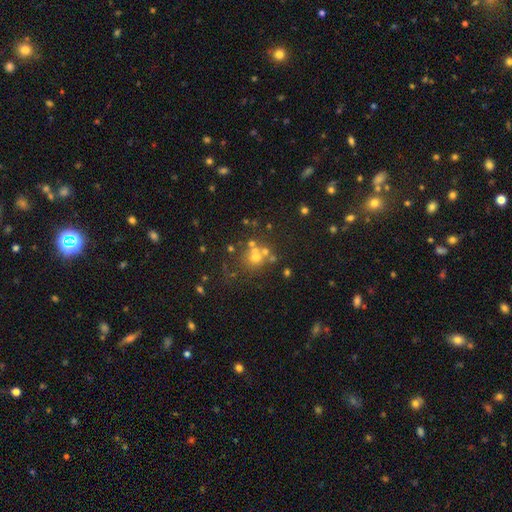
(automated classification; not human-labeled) A smooth galaxy with no disk features (53%) that is round (85%).

Vote fractions:
- Smooth or featured? smooth: 53% / star or artifact: 25% / featured or disk: 22%
- How rounded? round: 85% / in between: 14% / cigar-shaped: 1%
- Merging? none: 55% / merger: 28% / minor disturbance: 11% / major disturbance: 7%